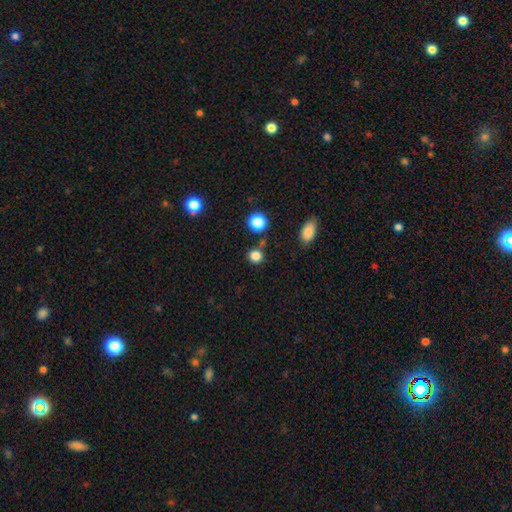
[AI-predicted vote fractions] This is clearly a smooth galaxy (82%). How rounded: clearly round (88%). Merging: likely none (79%).